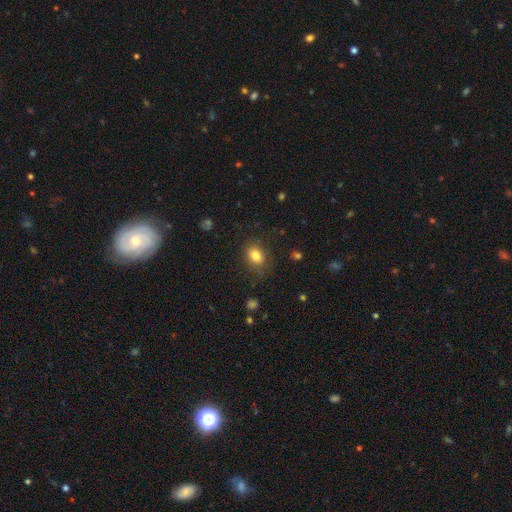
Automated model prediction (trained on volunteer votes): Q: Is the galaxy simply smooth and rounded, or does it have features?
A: smooth — 82%.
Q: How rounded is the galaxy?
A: in between — 67%.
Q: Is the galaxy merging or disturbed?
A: none — 78%.